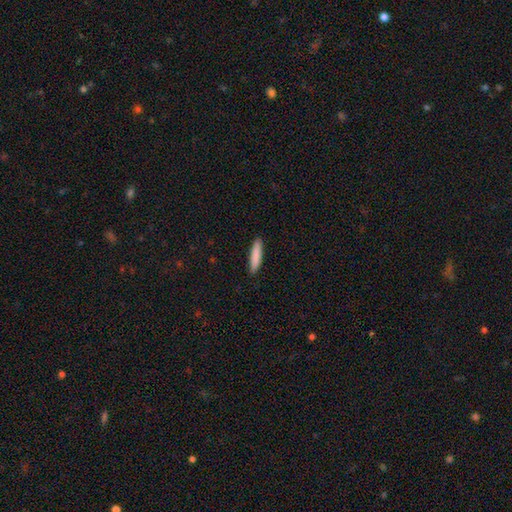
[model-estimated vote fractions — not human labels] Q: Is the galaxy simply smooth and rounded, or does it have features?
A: smooth — 87%.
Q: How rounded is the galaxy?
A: cigar-shaped — 85%.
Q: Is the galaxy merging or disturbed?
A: none — 91%.